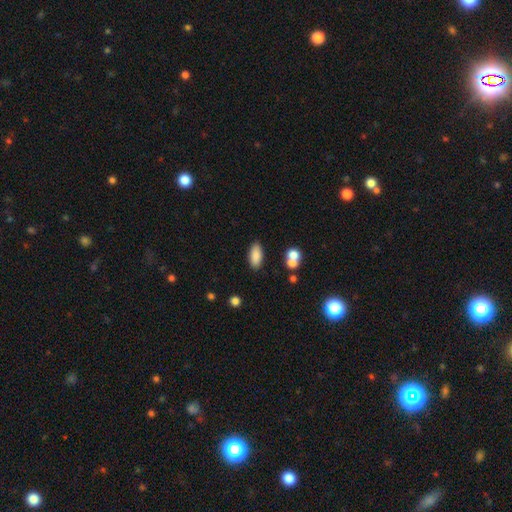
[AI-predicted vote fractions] This is clearly a smooth galaxy (86%). How rounded: clearly in between (84%). Merging: clearly none (84%).